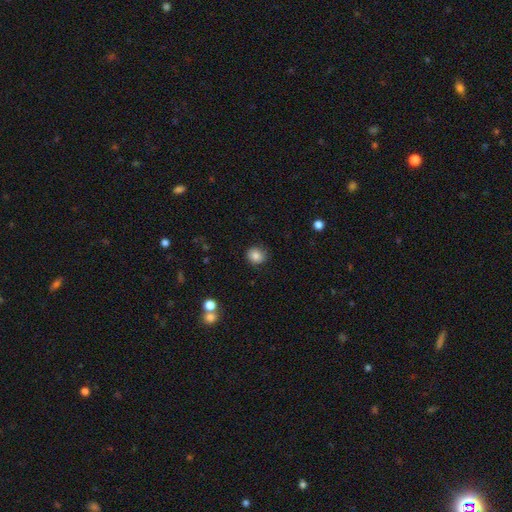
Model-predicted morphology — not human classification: This is clearly a smooth galaxy (81%). How rounded: clearly round (84%). Merging: clearly none (82%).